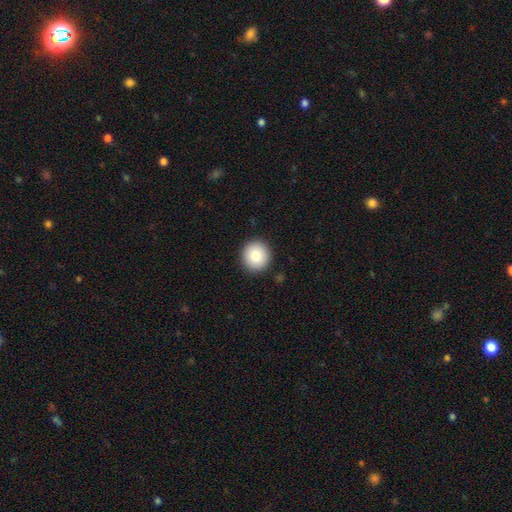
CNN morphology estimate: The model was most divided on "smooth or featured": smooth: 84%, star or artifact: 8%, featured or disk: 8%. More confident: how rounded — round (92%); merging — none (92%).